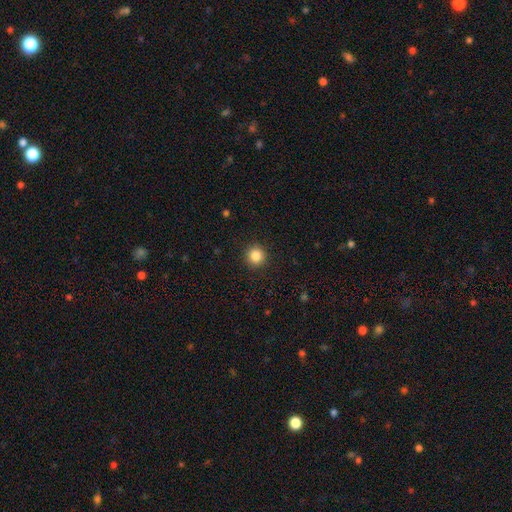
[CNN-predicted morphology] Overall: smooth (85%). How rounded: round (95%). Merging: none (93%).